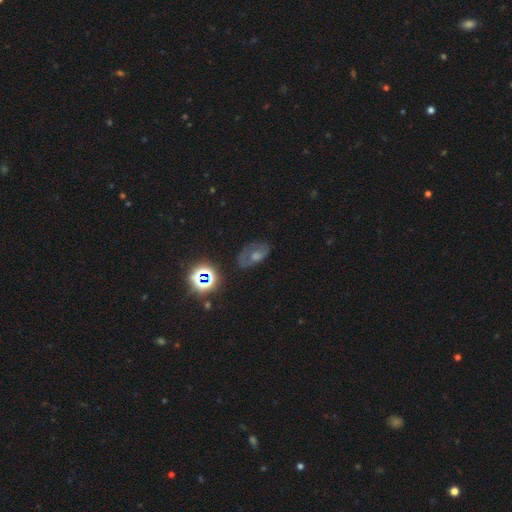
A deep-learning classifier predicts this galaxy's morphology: This is marginally a featured or disk galaxy (37%). Merging: likely none (68%).